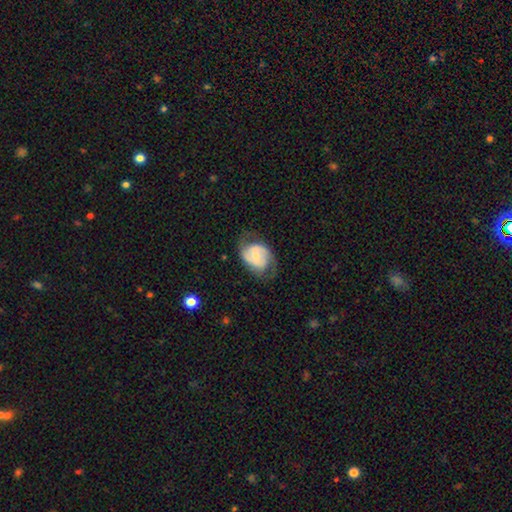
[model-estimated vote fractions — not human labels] Smooth or featured? Predicted: featured or disk (p=0.63). Edge-on disk? Predicted: no (p=0.97). Bar? Predicted: no (p=0.43, tied with weak). Spiral arms? Predicted: yes (p=0.82). Spiral winding? Predicted: medium (p=0.46). Spiral arm count? Predicted: 2 (p=0.78). Bulge size? Predicted: small (p=0.50). Merging? Predicted: none (p=0.56).